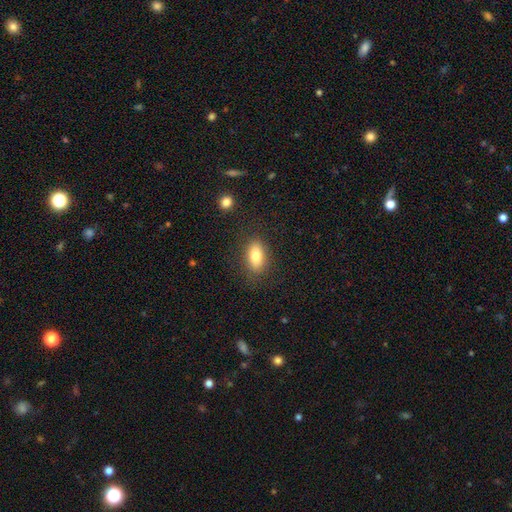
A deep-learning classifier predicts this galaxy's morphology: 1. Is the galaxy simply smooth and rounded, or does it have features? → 79% smooth, 13% featured or disk, 8% star or artifact.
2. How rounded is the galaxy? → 87% in between, 7% round, 5% cigar-shaped.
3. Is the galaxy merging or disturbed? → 84% none, 11% minor disturbance, 4% major disturbance, 2% merger.